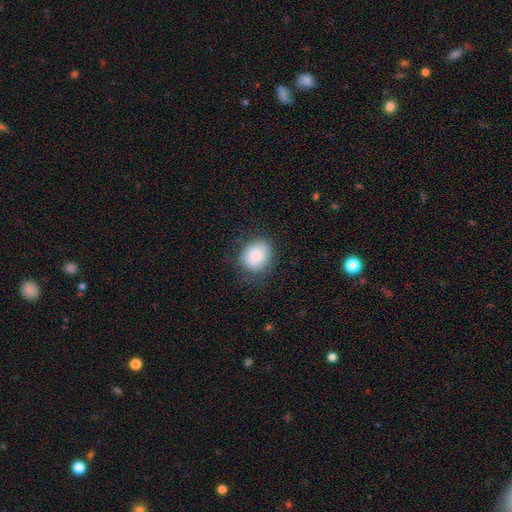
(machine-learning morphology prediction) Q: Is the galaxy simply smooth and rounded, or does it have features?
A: smooth — 84%.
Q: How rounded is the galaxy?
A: round — 62%.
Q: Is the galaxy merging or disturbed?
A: none — 73%.